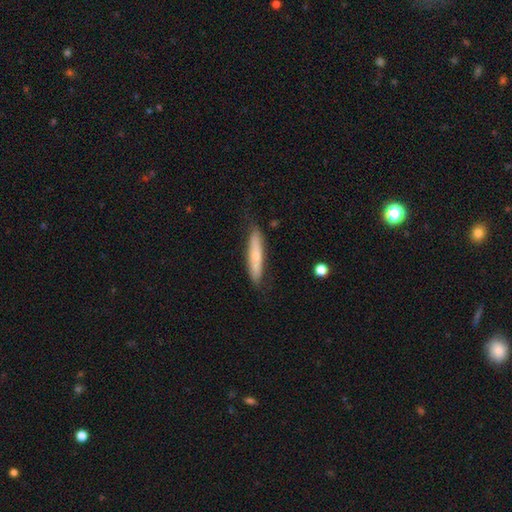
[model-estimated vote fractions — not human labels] smooth 58%, featured or disk 36%, star or artifact 6%. Down the decision tree: how rounded — cigar-shaped (88%); merging — none (78%).